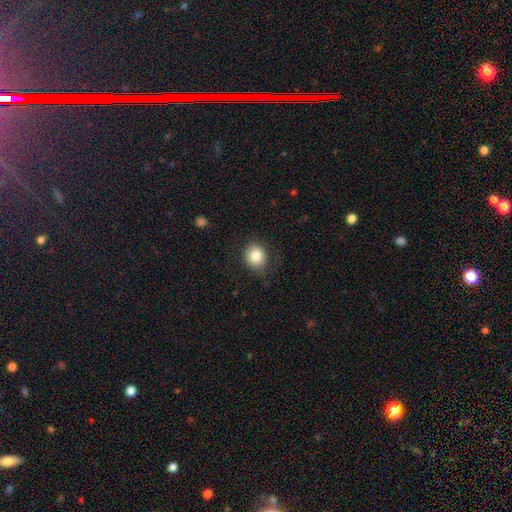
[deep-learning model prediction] The model was most divided on "how rounded": round: 79%, in between: 20%, cigar-shaped: 1%. More confident: smooth or featured — smooth (84%); merging — none (83%).